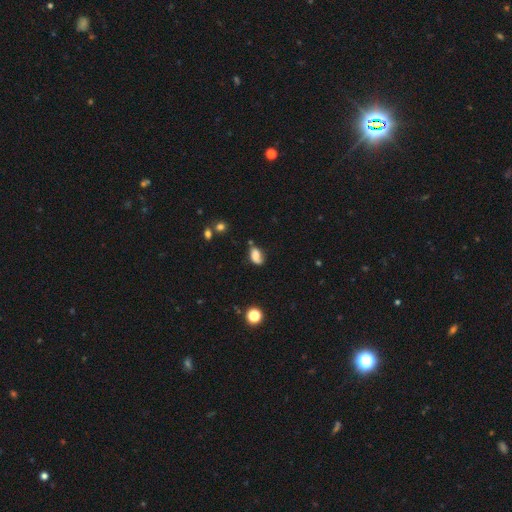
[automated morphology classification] Q: Smooth or featured?
A: smooth (69%); runner-up: featured or disk (19%)
Q: How rounded?
A: in between (84%); runner-up: round (12%)
Q: Merging?
A: none (49%); runner-up: minor disturbance (31%)